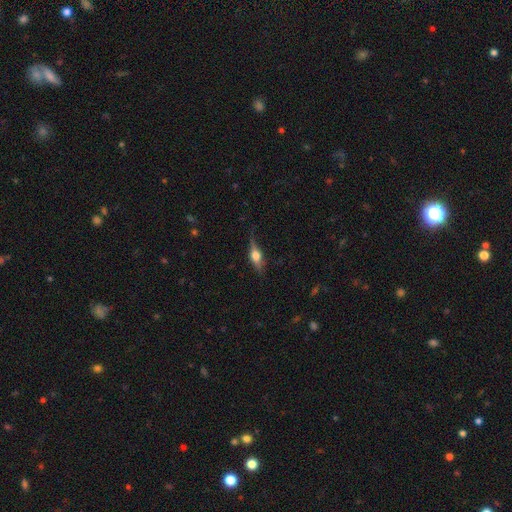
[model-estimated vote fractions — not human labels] Morphology: type=featured or disk (62%); edge-on=yes (94%); edge-on bulge=rounded (94%); merging=none (75%).